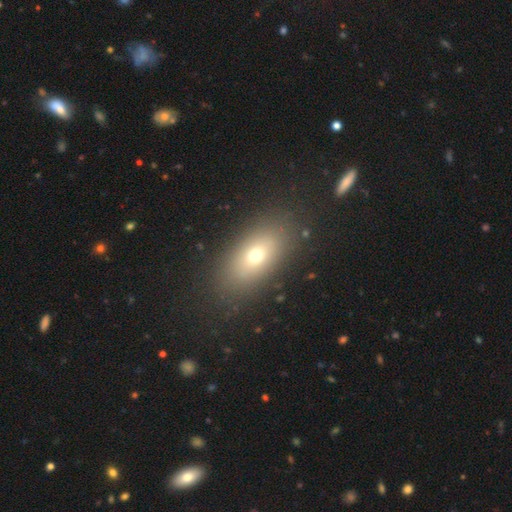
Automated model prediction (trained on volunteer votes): smooth 67%, featured or disk 21%, star or artifact 12%. Down the decision tree: how rounded — in between (83%); merging — none (85%).